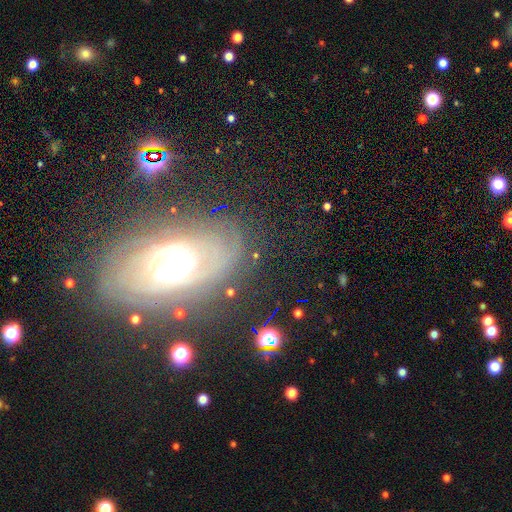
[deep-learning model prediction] The model was most divided on "bulge size": moderate: 45%, large: 32%, small: 12%, dominant: 8%, none: 3%. More confident: edge-on disk — no (90%); spiral arms — yes (72%); merging — none (69%); bar — no (66%); smooth or featured — featured or disk (62%).